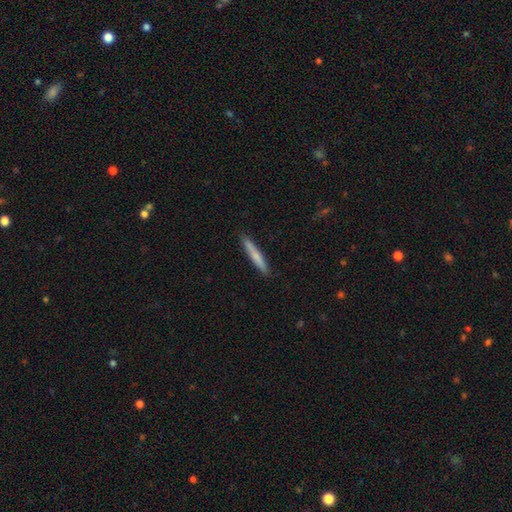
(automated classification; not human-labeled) A smooth galaxy with no disk features (69%) that is cigar-shaped (95%).

Vote fractions:
- Smooth or featured? smooth: 69% / featured or disk: 25% / star or artifact: 6%
- How rounded? cigar-shaped: 95% / in between: 3% / round: 1%
- Merging? none: 91% / minor disturbance: 7% / major disturbance: 1% / merger: 1%